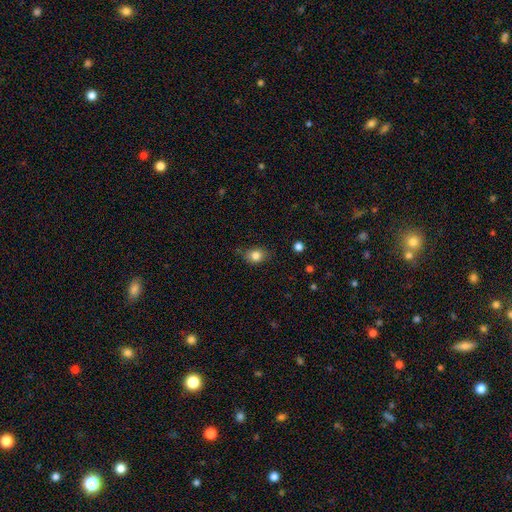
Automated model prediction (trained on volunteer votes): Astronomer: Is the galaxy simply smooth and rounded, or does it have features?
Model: smooth — 82%.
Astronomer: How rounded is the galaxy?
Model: in between — 65%.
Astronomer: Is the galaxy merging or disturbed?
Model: none — 77%.